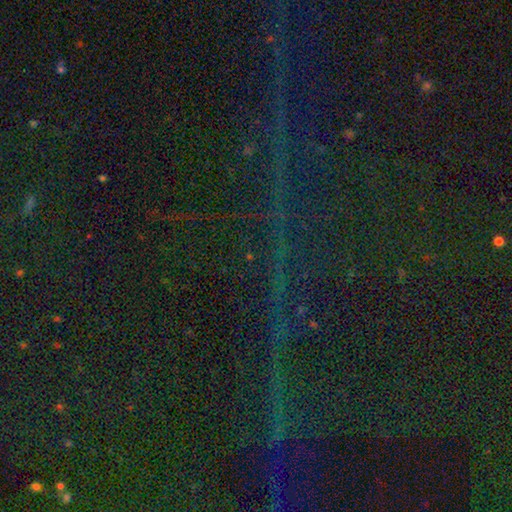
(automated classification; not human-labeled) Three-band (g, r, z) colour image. It shows a star or artifact, not a galaxy (85%).